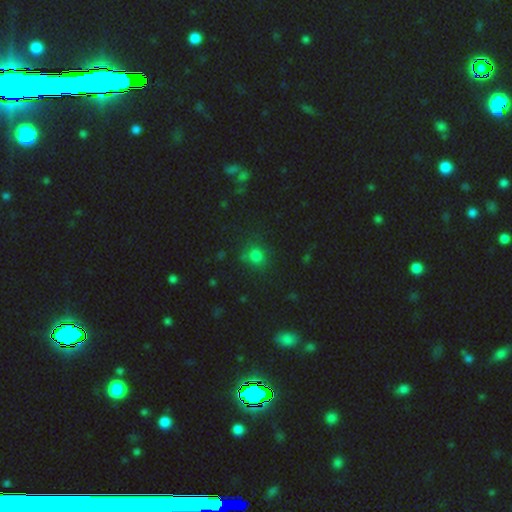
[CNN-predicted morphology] Smooth or featured? Predicted: smooth (p=0.75). How rounded? Predicted: round (p=0.82). Merging? Predicted: none (p=0.76).